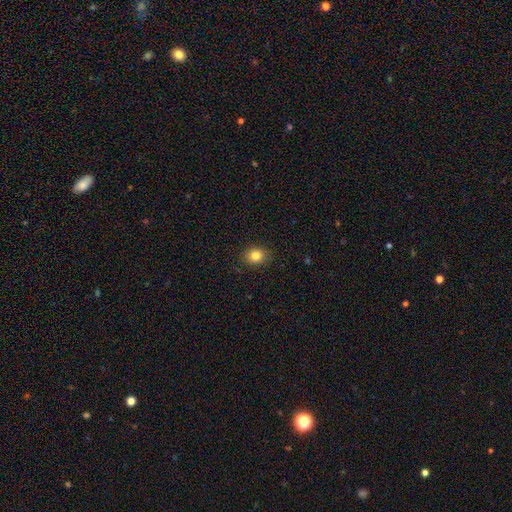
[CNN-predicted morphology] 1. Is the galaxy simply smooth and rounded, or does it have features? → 83% smooth, 11% star or artifact, 6% featured or disk.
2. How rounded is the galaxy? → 64% round, 35% in between, 1% cigar-shaped.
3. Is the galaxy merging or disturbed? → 90% none, 7% minor disturbance, 2% major disturbance, 1% merger.